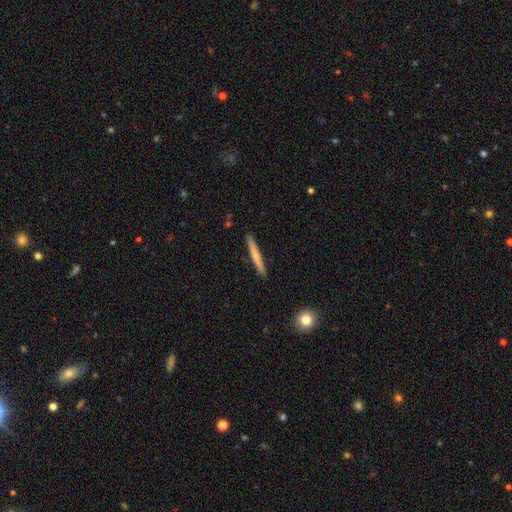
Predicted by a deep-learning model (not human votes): A smooth galaxy with no disk features (51%) that is cigar-shaped (96%). Merging: none (91%).